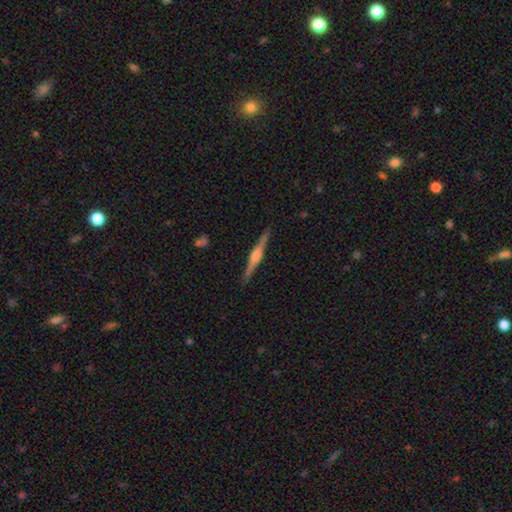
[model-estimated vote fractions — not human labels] Smooth or featured? featured or disk (84%)
Edge-on disk? yes (99%)
Edge-on bulge? rounded (87%)
Merging? none (92%)